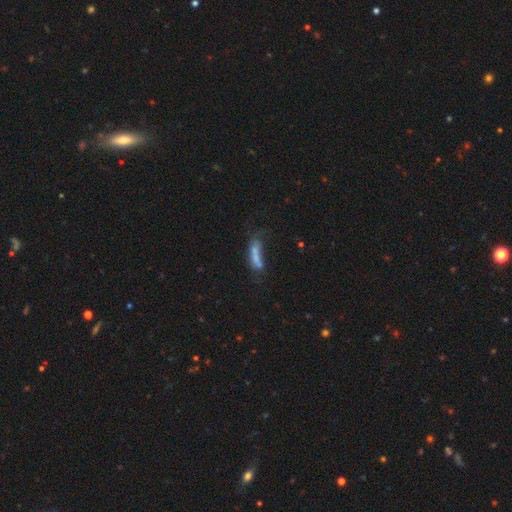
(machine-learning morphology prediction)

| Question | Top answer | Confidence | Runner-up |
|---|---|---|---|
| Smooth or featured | smooth | 61% | featured or disk (27%) |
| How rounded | cigar-shaped | 65% | in between (32%) |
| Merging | none | 31% | merger (27%) |